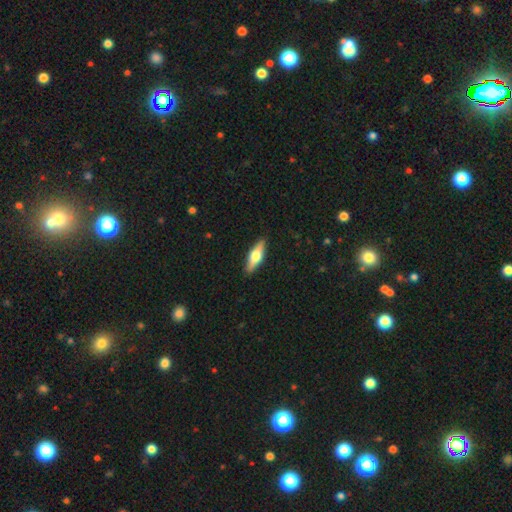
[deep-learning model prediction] Smooth or featured? Predicted: smooth (p=0.47, tied with featured or disk). Merging? Predicted: none (p=0.89).